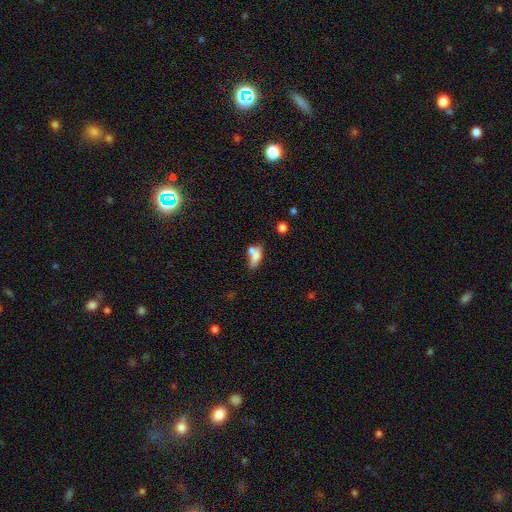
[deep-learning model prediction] This appears to be a smooth galaxy with no disk features (65%) that is in between round and cigar-shaped (66%). Merging: merger (41%).